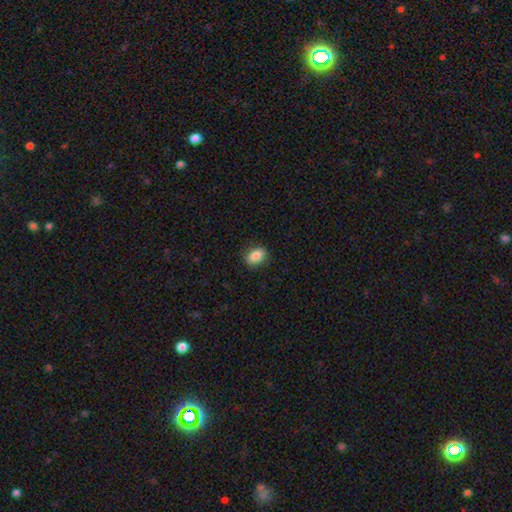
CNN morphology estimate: smooth 84%, star or artifact 8%, featured or disk 8%. Down the decision tree: how rounded — in between (82%); merging — none (86%).